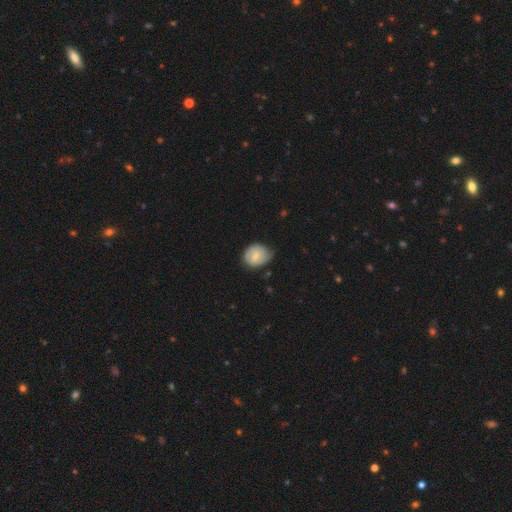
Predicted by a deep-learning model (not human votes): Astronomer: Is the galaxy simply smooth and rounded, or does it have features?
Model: smooth — 59%.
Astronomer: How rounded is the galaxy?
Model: round — 54% (runner-up: in between, 45%).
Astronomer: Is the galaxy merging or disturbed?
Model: none — 56% (runner-up: minor disturbance, 35%).